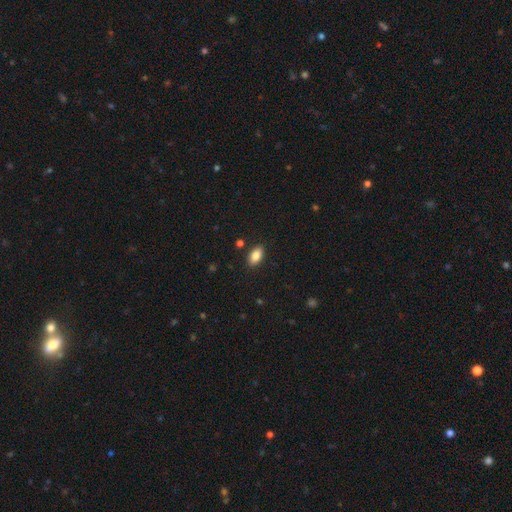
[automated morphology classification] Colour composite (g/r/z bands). It shows a smooth galaxy with no disk features (84%) that is in between round and cigar-shaped (91%). Merging: none (88%).